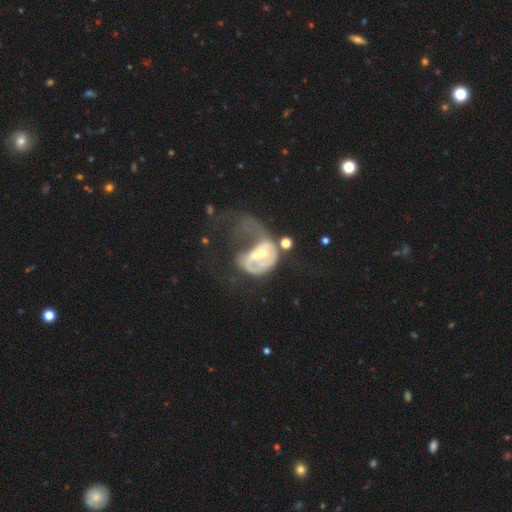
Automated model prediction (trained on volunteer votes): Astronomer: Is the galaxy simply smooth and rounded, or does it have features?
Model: featured or disk — 63%.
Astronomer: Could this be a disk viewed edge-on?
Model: no — 96%.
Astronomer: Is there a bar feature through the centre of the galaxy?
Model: no — 76%.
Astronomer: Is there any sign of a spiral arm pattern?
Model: no — 63%.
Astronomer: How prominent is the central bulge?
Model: moderate — 60%.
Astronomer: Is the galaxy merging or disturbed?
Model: merger — 49% (runner-up: major disturbance, 36%).